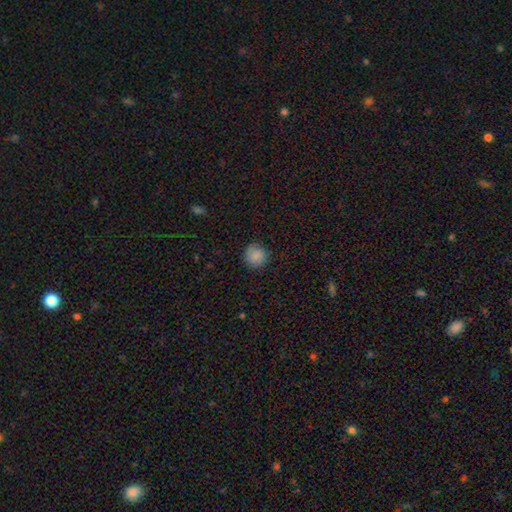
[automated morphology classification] smooth-or-featured: smooth: 87% | star or artifact: 9% | featured or disk: 4%
  how-rounded: round: 92% | in between: 8% | cigar-shaped: 1%
  merging: none: 85% | minor disturbance: 11% | major disturbance: 3% | merger: 1%